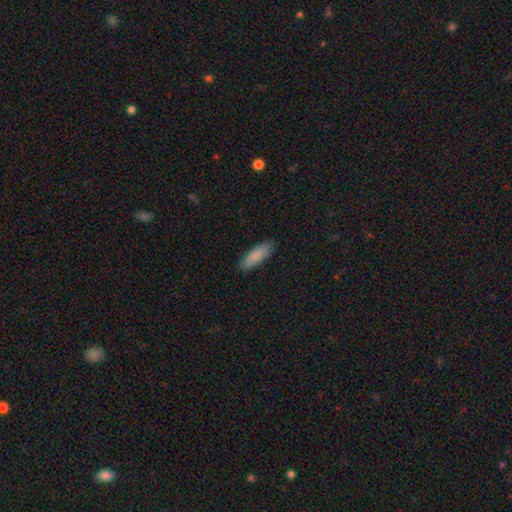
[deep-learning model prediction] A smooth galaxy with no disk features (87%) that is in between round and cigar-shaped (52%).

Vote fractions:
- Smooth or featured? smooth: 87% / featured or disk: 7% / star or artifact: 6%
- How rounded? in between: 52% / cigar-shaped: 46% / round: 2%
- Merging? none: 86% / minor disturbance: 11% / major disturbance: 2% / merger: 1%